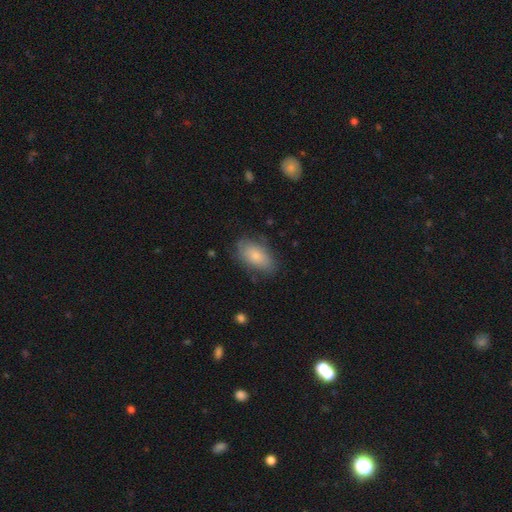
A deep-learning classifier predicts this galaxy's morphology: Smooth or featured: smooth — 76% (featured or disk — 17%)
How rounded: in between — 92% (round — 6%)
Merging: none — 72% (minor disturbance — 20%)